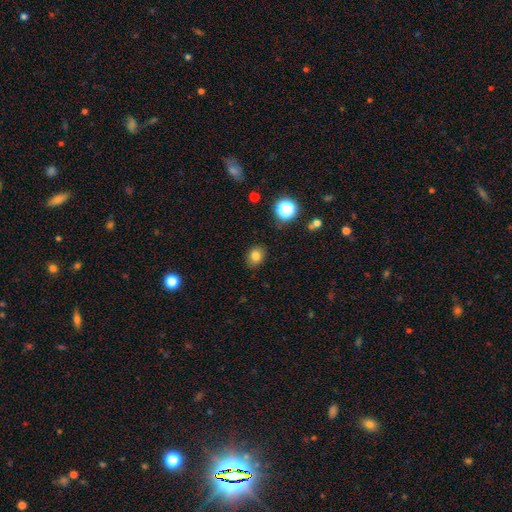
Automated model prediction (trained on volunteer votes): A smooth galaxy with no disk features (80%) that is round (54%).

Vote fractions:
- Smooth or featured? smooth: 80% / star or artifact: 13% / featured or disk: 7%
- How rounded? round: 54% / in between: 45% / cigar-shaped: 1%
- Merging? none: 87% / minor disturbance: 9% / major disturbance: 2% / merger: 1%